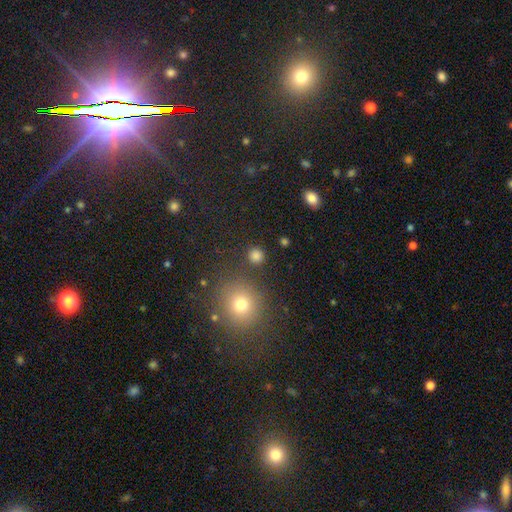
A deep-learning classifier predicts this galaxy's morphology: A smooth galaxy with no disk features (81%) that is round (92%). Merging: none (88%).